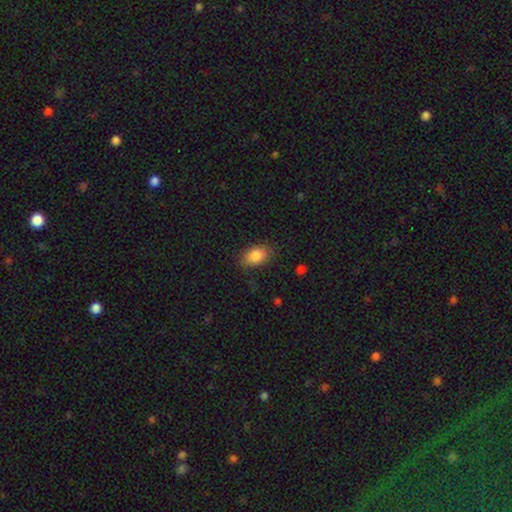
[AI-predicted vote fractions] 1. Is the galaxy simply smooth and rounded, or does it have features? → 86% smooth, 8% star or artifact, 6% featured or disk.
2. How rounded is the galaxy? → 84% in between, 15% round, 2% cigar-shaped.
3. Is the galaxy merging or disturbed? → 80% none, 15% minor disturbance, 4% major disturbance, 1% merger.